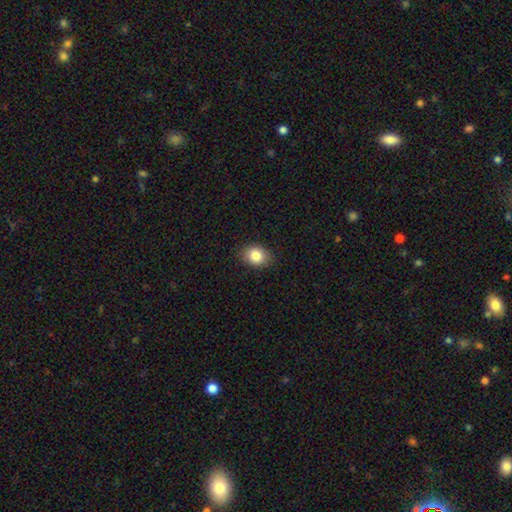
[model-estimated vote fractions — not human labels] This appears to be a smooth galaxy with no disk features (85%) that is in between round and cigar-shaped (55%). Merging: none (87%).